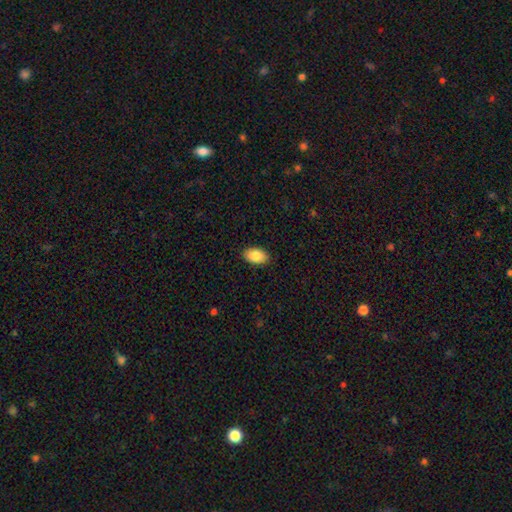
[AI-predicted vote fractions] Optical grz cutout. It shows a smooth galaxy with no disk features (85%) that is in between round and cigar-shaped (92%). Merging: none (89%).